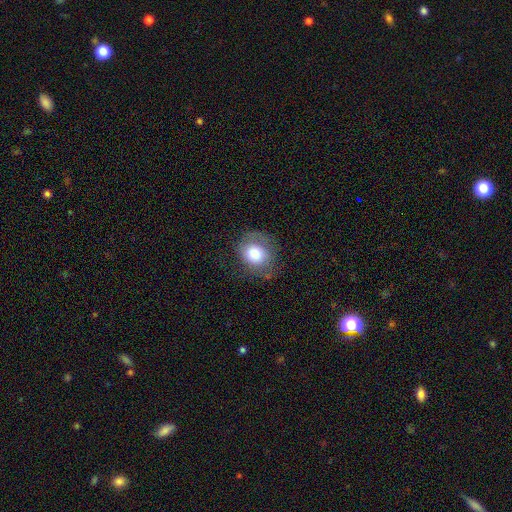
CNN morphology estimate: smooth_or_featured: smooth (p=0.71) [alt: featured or disk p=0.20]
how_rounded: round (p=0.68) [alt: in between p=0.31]
merging: none (p=0.59) [alt: minor disturbance p=0.24]